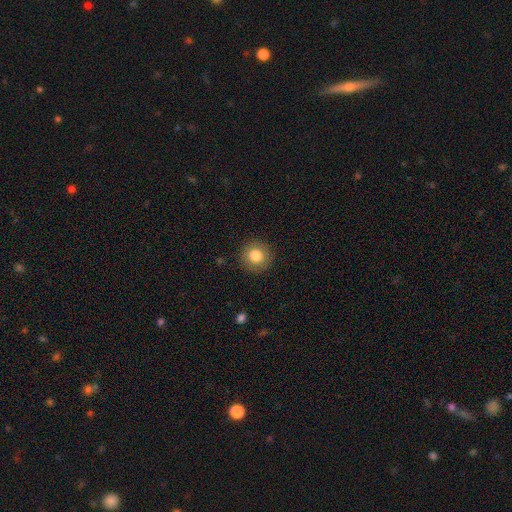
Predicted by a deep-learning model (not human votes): smooth-or-featured: smooth: 82% | star or artifact: 10% | featured or disk: 9%
  how-rounded: round: 94% | in between: 5% | cigar-shaped: 1%
  merging: none: 90% | minor disturbance: 7% | major disturbance: 2% | merger: 1%